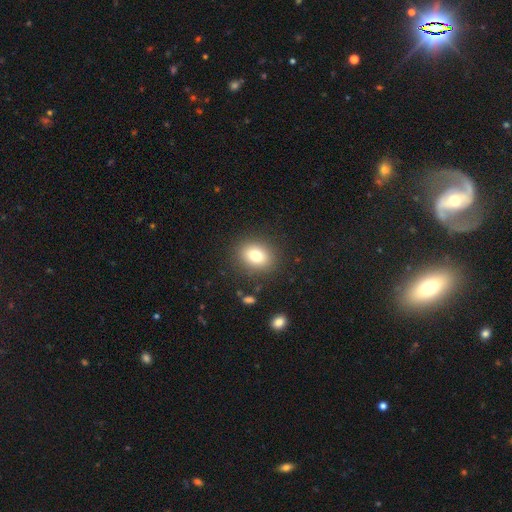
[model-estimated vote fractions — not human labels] A smooth galaxy with no disk features (78%) that is in between round and cigar-shaped (50%). Merging: none (87%).